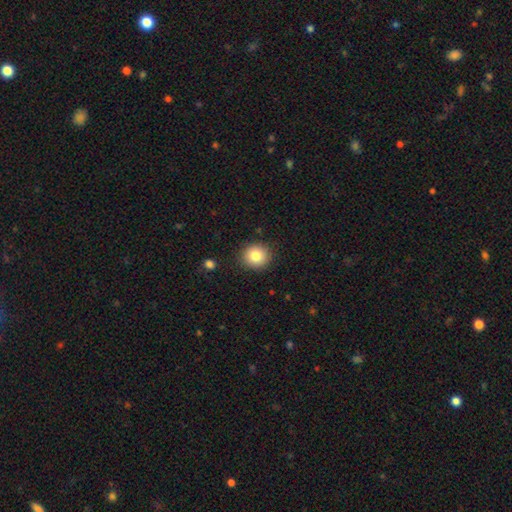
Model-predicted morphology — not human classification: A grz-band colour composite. It shows a smooth galaxy with no disk features (82%) that is round (87%). Merging: none (89%).